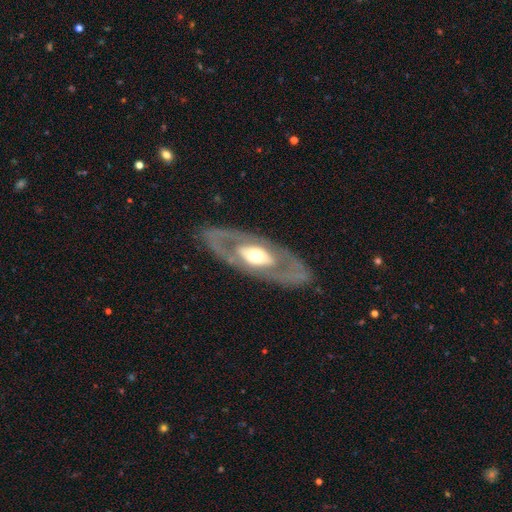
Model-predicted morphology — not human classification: Overall: featured or disk (70%). Edge-on disk: no (85%). Bar: no (74%). Spiral arms: no (72%). Bulge size: moderate (60%; large 24%). Merging: none (80%).